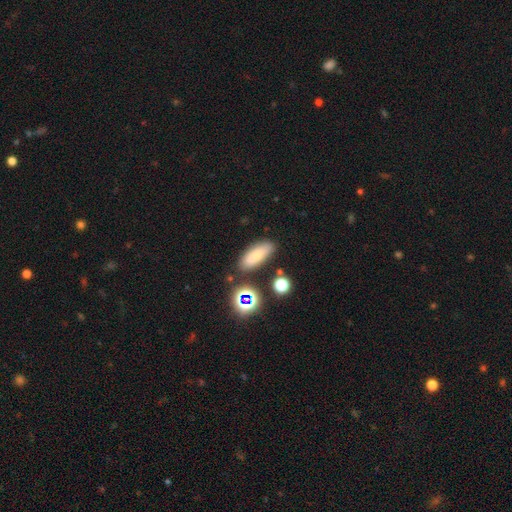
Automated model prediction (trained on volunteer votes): Overall: smooth (74%). How rounded: in between (74%). Merging: none (80%).